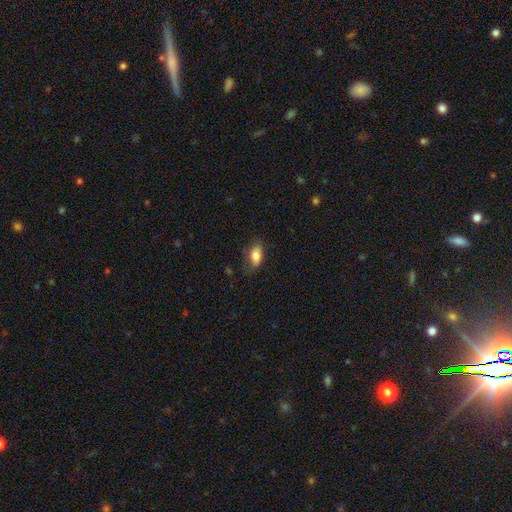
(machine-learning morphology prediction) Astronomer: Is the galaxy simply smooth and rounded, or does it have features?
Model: smooth — 81%.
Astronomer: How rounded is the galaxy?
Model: in between — 88%.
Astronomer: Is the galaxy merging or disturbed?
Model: none — 70%.